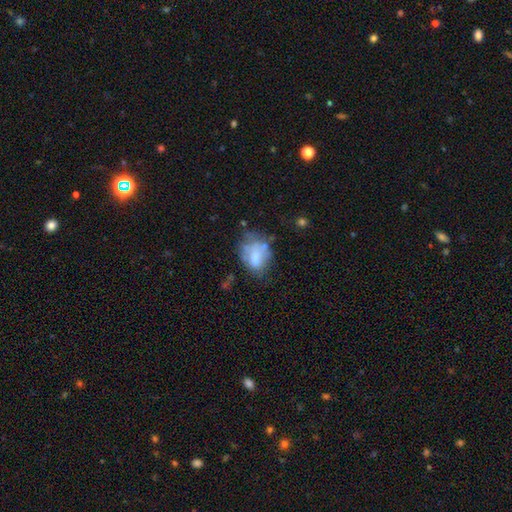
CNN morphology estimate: This appears to be a smooth galaxy with no disk features (57%) that is in between round and cigar-shaped (68%). Merging: none (33%).